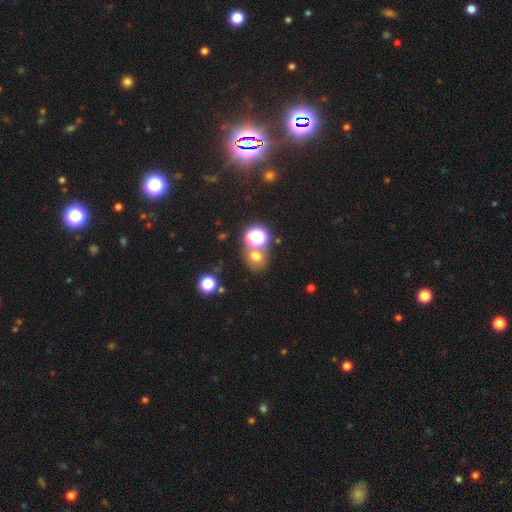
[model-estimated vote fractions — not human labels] smooth_or_featured: smooth (p=0.62) [alt: star or artifact p=0.28]
how_rounded: round (p=0.74) [alt: in between p=0.25]
merging: none (p=0.59) [alt: merger p=0.26]